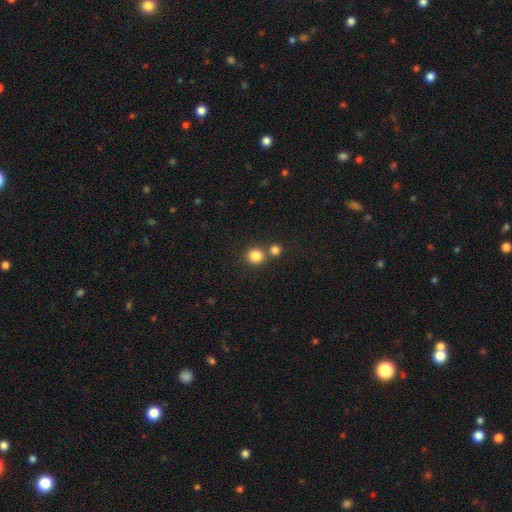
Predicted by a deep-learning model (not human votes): Smooth or featured?
  - smooth: 84% *
  - star or artifact: 11%
  - featured or disk: 5%
How rounded?
  - round: 88% *
  - in between: 11%
  - cigar-shaped: 1%
Merging?
  - none: 65% *
  - merger: 25%
  - minor disturbance: 7%
  - major disturbance: 3%